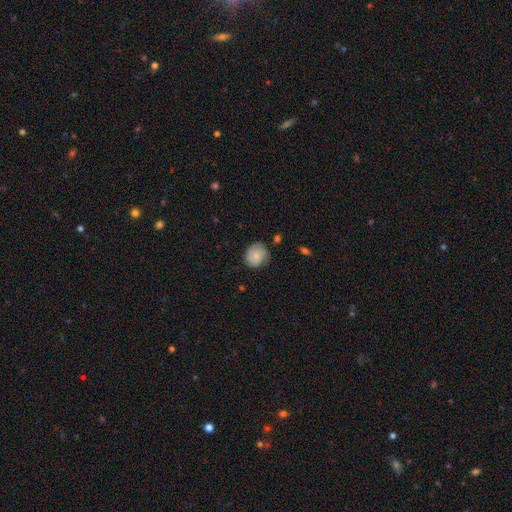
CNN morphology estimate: This appears to be a smooth galaxy with no disk features (68%) that is round (77%). Merging: none (68%).